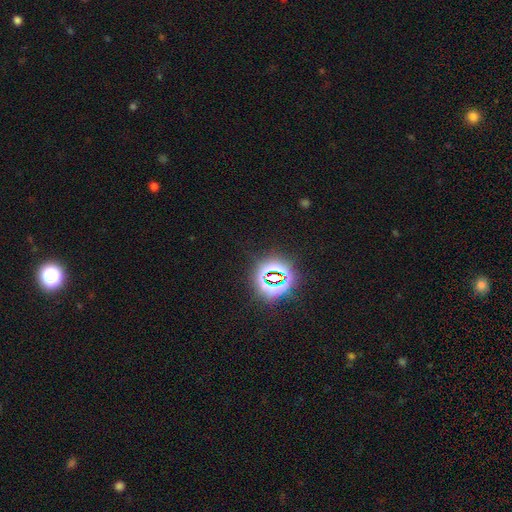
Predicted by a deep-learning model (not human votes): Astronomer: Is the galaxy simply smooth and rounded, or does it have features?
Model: star or artifact — 81%.